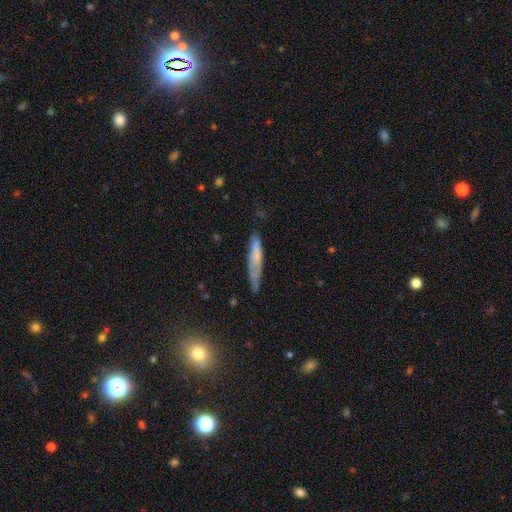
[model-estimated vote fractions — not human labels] Smooth or featured: smooth — 65% (featured or disk — 28%)
How rounded: cigar-shaped — 89% (in between — 10%)
Merging: none — 59% (minor disturbance — 30%)